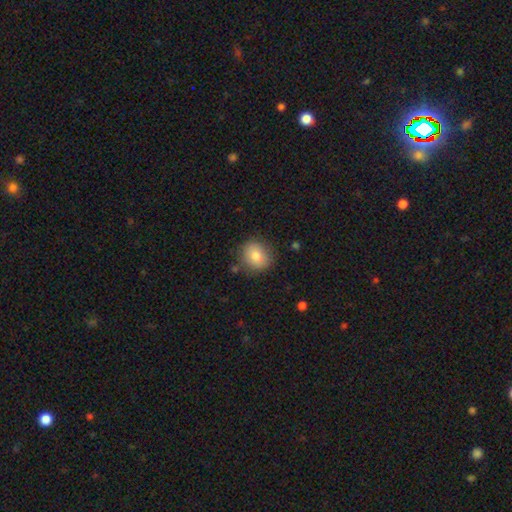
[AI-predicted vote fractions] Smooth or featured?
  - smooth: 81% *
  - featured or disk: 10%
  - star or artifact: 9%
How rounded?
  - round: 76% *
  - in between: 23%
  - cigar-shaped: 1%
Merging?
  - none: 82% *
  - minor disturbance: 12%
  - major disturbance: 3%
  - merger: 2%